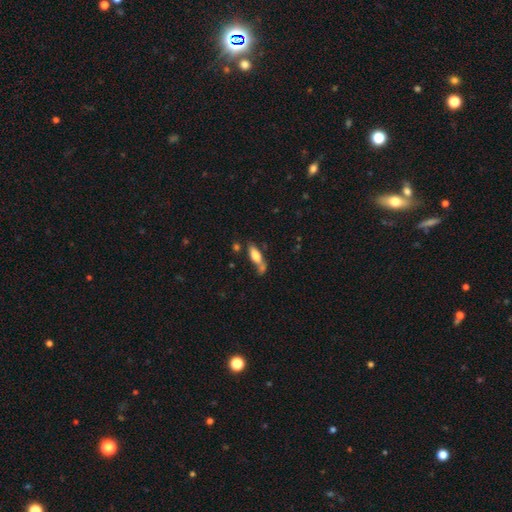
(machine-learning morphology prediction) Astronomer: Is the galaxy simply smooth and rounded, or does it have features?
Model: smooth — 69%.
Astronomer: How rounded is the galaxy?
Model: in between — 57% (runner-up: cigar-shaped, 41%).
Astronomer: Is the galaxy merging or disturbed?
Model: none — 48% (runner-up: merger, 24%).